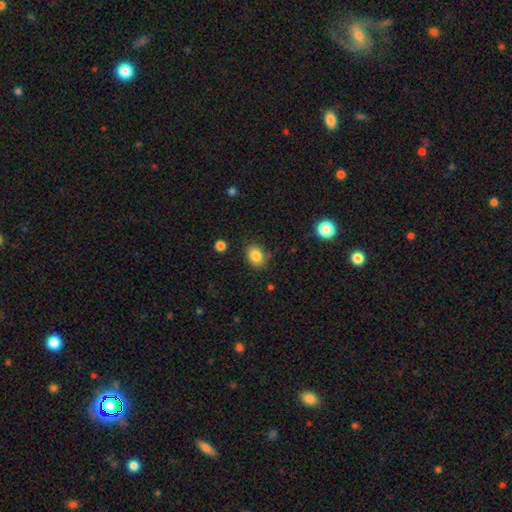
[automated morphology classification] Smooth or featured?
  - smooth: 85% *
  - star or artifact: 10%
  - featured or disk: 6%
How rounded?
  - in between: 59% *
  - round: 40%
  - cigar-shaped: 1%
Merging?
  - none: 83% *
  - minor disturbance: 12%
  - major disturbance: 3%
  - merger: 2%